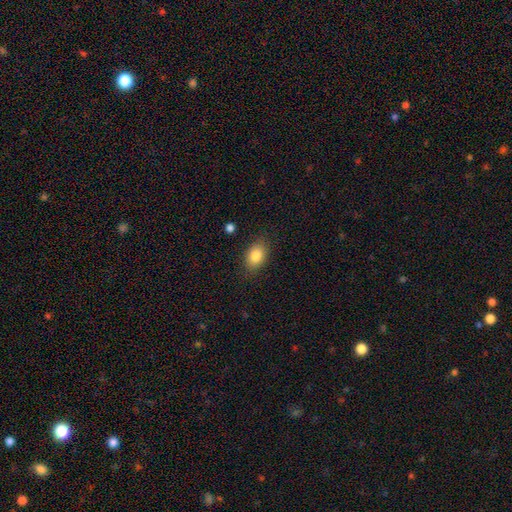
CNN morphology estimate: A smooth galaxy with no disk features (84%) that is in between round and cigar-shaped (84%).

Vote fractions:
- Smooth or featured? smooth: 84% / star or artifact: 8% / featured or disk: 8%
- How rounded? in between: 84% / round: 14% / cigar-shaped: 2%
- Merging? none: 85% / minor disturbance: 11% / major disturbance: 3% / merger: 1%